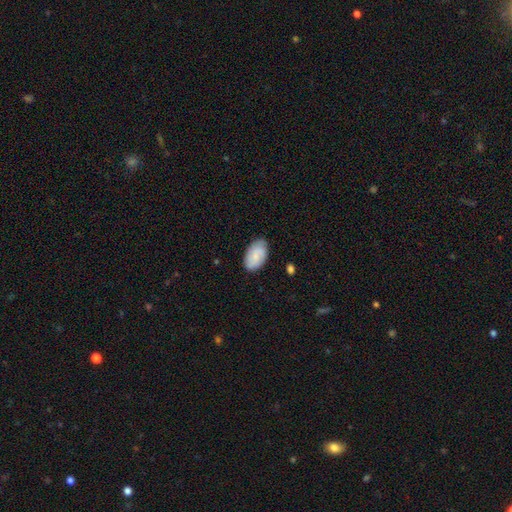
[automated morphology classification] Smooth or featured? Predicted: smooth (p=0.72). How rounded? Predicted: in between (p=0.93). Merging? Predicted: none (p=0.79).